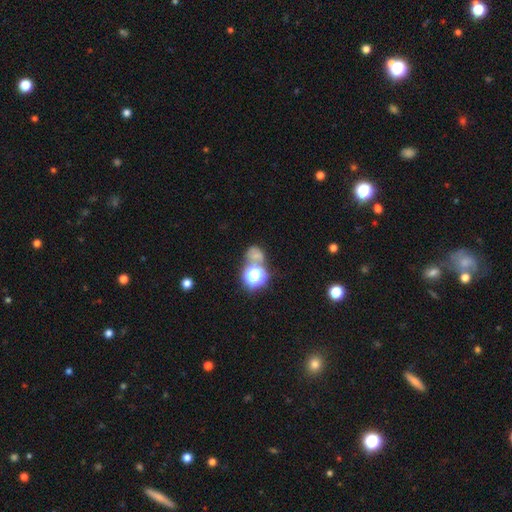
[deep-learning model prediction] Smooth or featured? smooth (50%)
Merging? none (48%)